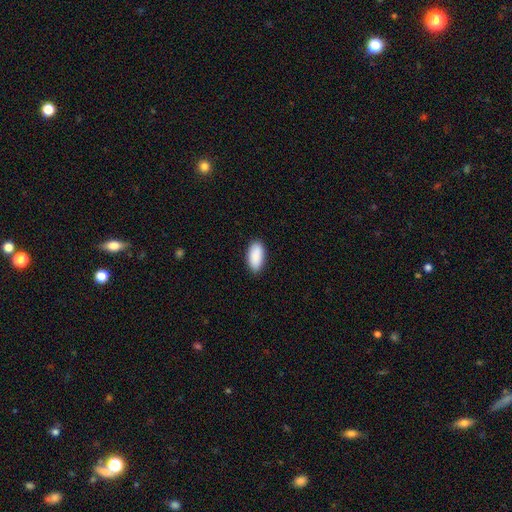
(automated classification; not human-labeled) Q: Smooth or featured?
A: smooth (91%); runner-up: star or artifact (6%)
Q: How rounded?
A: in between (92%); runner-up: cigar-shaped (6%)
Q: Merging?
A: none (87%); runner-up: minor disturbance (10%)